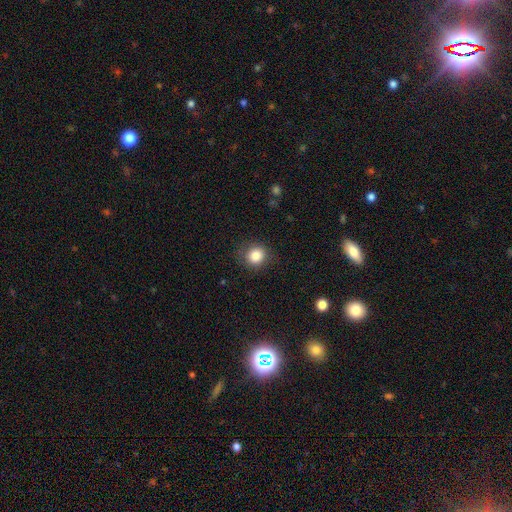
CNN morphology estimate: smooth 84%, star or artifact 10%, featured or disk 5%. Down the decision tree: how rounded — round (85%); merging — none (82%).